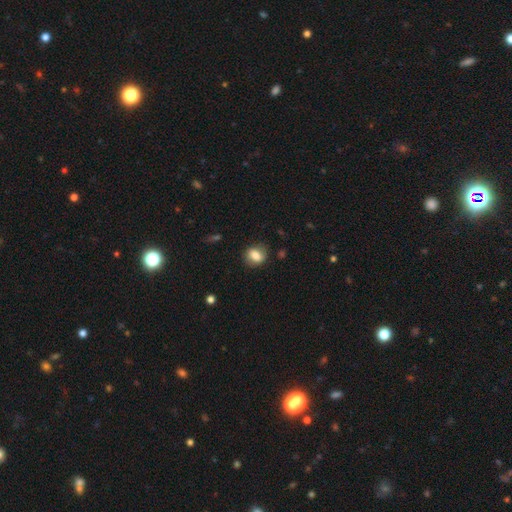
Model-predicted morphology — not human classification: Smooth or featured: smooth — 76% (featured or disk — 15%)
How rounded: in between — 54% (round — 44%)
Merging: none — 78% (minor disturbance — 16%)